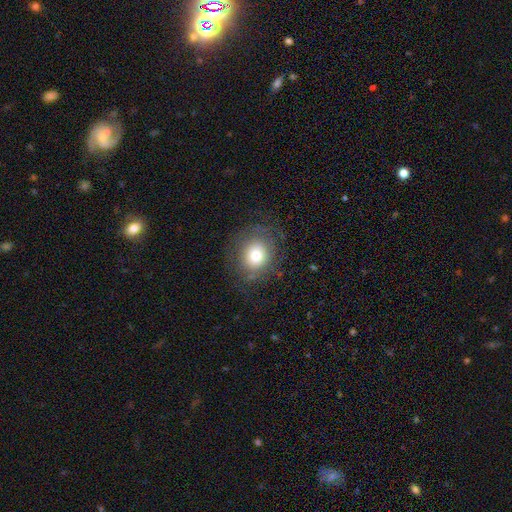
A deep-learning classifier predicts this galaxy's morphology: Smooth or featured? Predicted: smooth (p=0.70). How rounded? Predicted: round (p=0.69). Merging? Predicted: none (p=0.76).